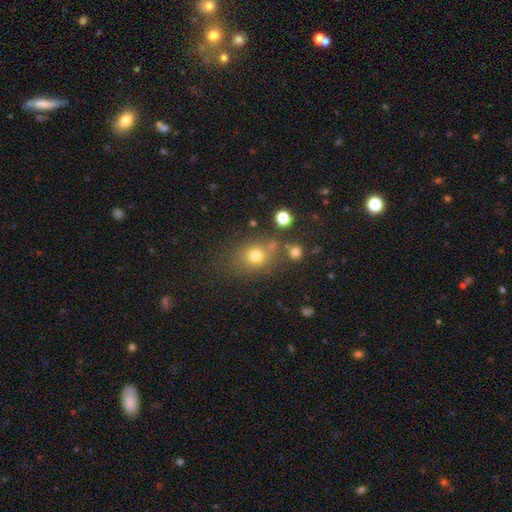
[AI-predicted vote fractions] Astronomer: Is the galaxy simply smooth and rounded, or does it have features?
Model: smooth — 72%.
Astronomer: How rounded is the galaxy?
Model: round — 63%.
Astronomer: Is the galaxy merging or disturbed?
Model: none — 68%.